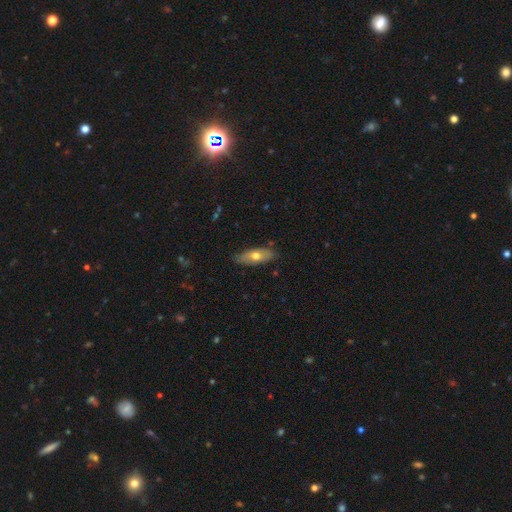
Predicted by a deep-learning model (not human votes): A smooth galaxy with no disk features (57%) that is in between round and cigar-shaped (72%).

Vote fractions:
- Smooth or featured? smooth: 57% / featured or disk: 37% / star or artifact: 6%
- How rounded? in between: 72% / cigar-shaped: 25% / round: 3%
- Merging? none: 81% / minor disturbance: 16% / major disturbance: 2% / merger: 1%